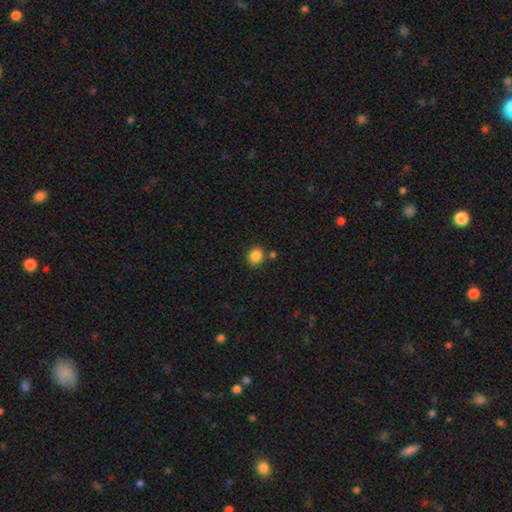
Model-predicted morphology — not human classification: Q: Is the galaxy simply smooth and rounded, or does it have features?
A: smooth — 86%.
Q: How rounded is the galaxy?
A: round — 65%.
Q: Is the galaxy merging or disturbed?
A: none — 81%.